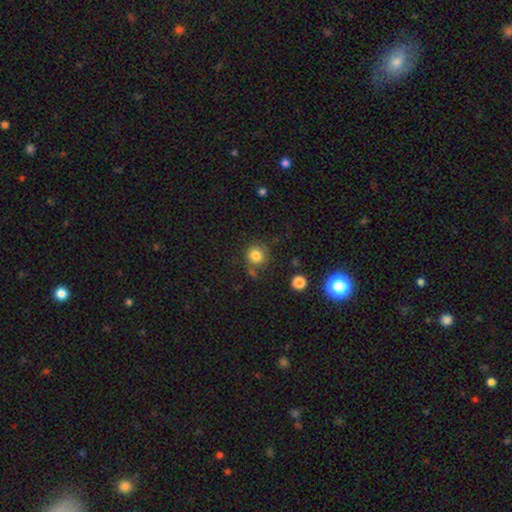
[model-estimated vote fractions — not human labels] Smooth or featured?
  - smooth: 82% *
  - star or artifact: 11%
  - featured or disk: 7%
How rounded?
  - round: 89% *
  - in between: 10%
  - cigar-shaped: 1%
Merging?
  - none: 72% *
  - minor disturbance: 15%
  - merger: 7%
  - major disturbance: 6%